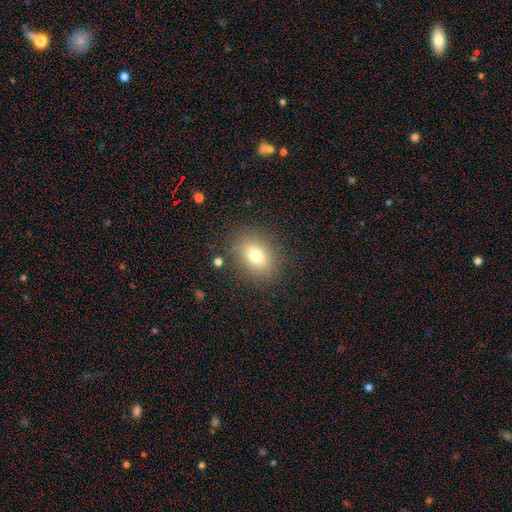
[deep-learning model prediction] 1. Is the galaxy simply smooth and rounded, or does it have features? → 73% smooth, 14% featured or disk, 13% star or artifact.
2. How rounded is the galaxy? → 62% in between, 37% round, 2% cigar-shaped.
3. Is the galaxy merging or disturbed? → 84% none, 10% minor disturbance, 4% major disturbance, 2% merger.